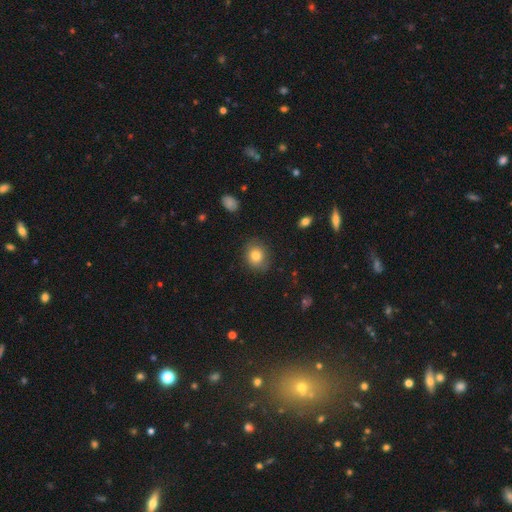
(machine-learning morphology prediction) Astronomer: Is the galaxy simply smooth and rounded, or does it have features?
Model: smooth — 81%.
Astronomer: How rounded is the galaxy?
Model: round — 66%.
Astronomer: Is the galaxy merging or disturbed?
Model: none — 82%.